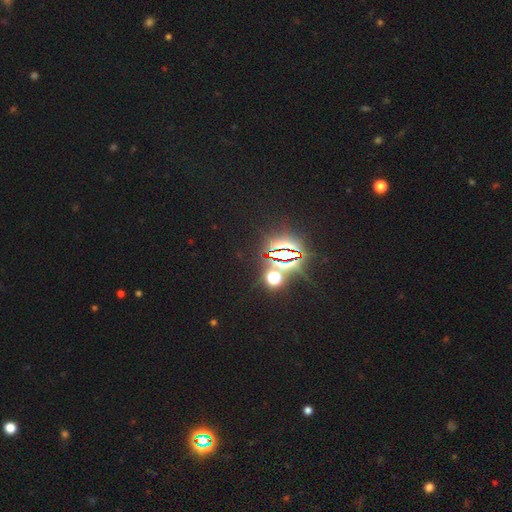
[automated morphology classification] This appears to be a star or artifact, not a galaxy (83%).